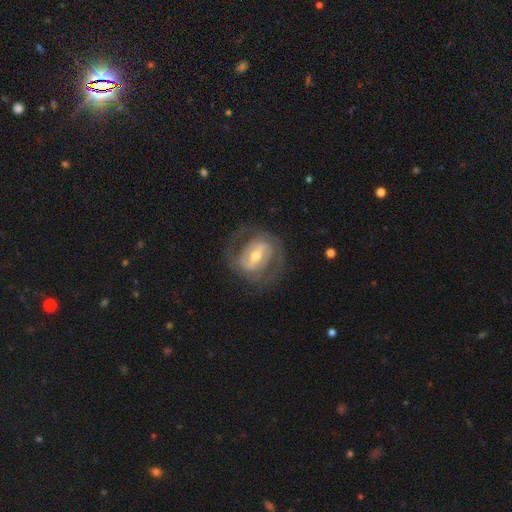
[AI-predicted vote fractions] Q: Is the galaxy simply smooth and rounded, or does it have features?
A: featured or disk — 82%.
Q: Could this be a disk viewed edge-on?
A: no — 96%.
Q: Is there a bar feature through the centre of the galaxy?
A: strong — 49%.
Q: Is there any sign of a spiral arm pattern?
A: yes — 82%.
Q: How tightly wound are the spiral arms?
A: medium — 44%.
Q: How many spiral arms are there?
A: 2 — 79%.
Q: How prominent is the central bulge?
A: moderate — 64%.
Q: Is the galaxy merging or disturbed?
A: none — 74%.